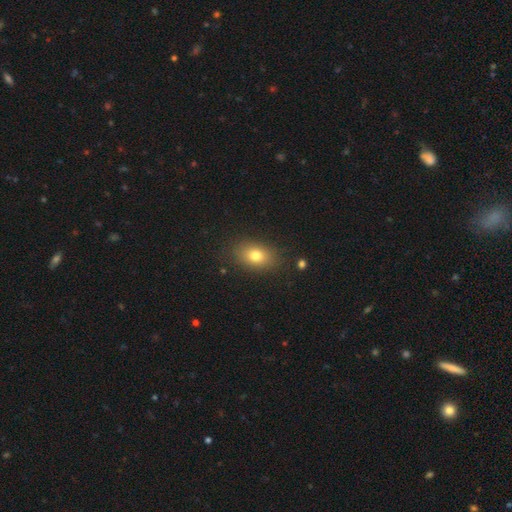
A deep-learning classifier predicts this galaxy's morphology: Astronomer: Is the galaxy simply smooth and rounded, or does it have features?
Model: smooth — 77%.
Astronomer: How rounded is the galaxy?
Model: in between — 79%.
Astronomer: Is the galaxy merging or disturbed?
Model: none — 84%.